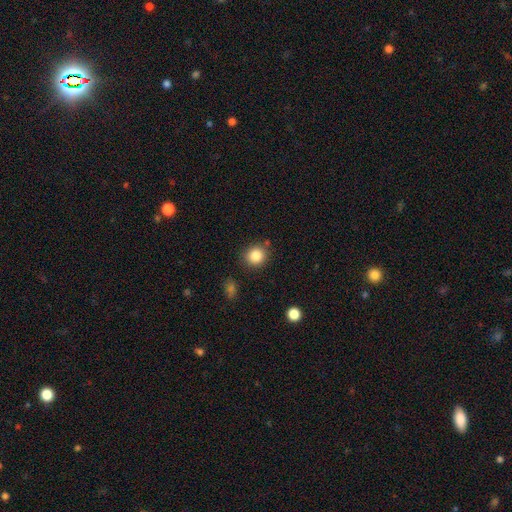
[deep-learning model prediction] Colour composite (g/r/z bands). It shows a smooth galaxy with no disk features (85%) that is round (83%). Merging: none (83%).